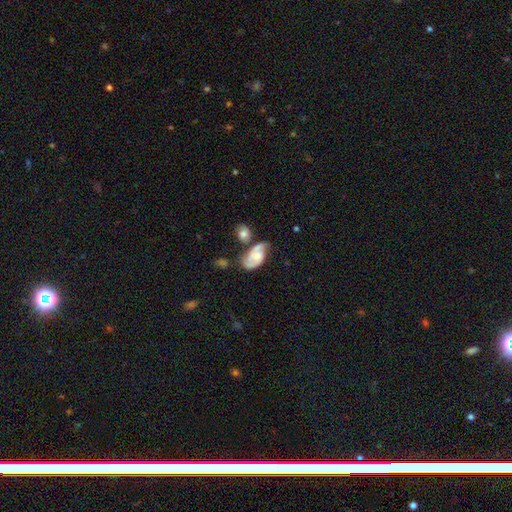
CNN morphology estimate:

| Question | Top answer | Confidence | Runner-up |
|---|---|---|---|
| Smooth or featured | featured or disk | 64% | smooth (29%) |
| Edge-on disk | no | 96% | yes (4%) |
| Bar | no | 57% | weak (35%) |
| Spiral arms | yes | 88% | no (12%) |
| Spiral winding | medium | 46% | tight (30%) |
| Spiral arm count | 2 | 80% | can't tell (10%) |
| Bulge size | moderate | 32% | small (29%) |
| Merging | none | 43% | minor disturbance (24%) |